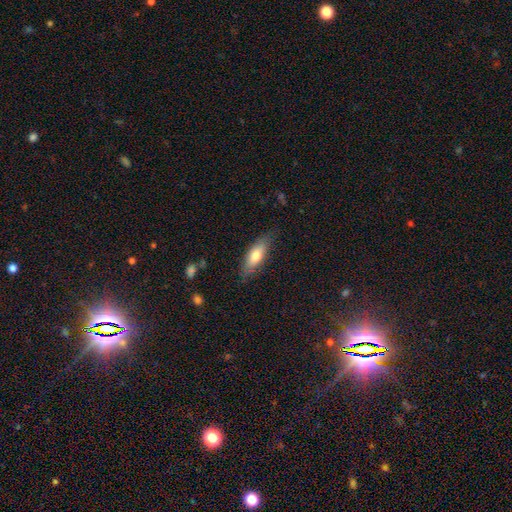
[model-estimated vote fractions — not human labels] A smooth galaxy with no disk features (71%) that is in between round and cigar-shaped (59%). Merging: none (79%).